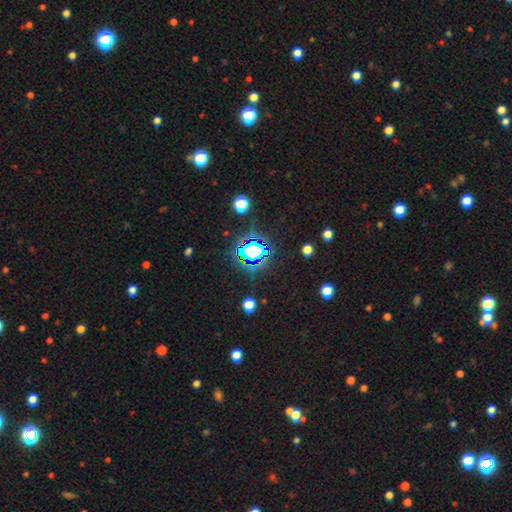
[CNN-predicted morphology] type=star or artifact (65%).